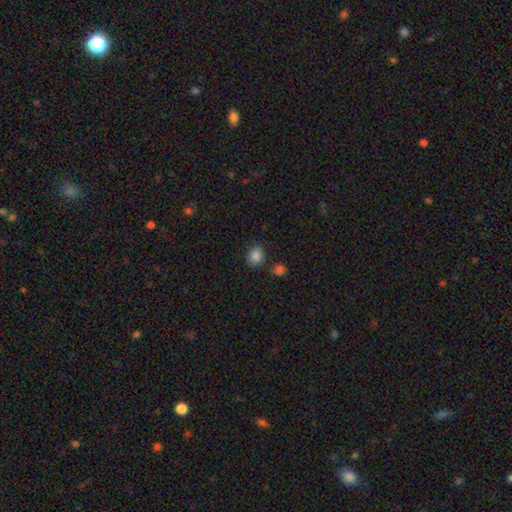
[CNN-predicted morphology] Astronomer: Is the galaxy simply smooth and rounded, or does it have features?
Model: smooth — 85%.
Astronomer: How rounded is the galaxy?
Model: round — 62%.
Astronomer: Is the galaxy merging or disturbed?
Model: none — 78%.